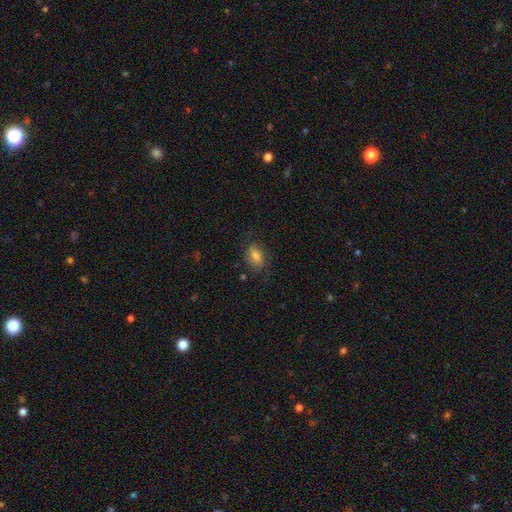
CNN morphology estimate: type=smooth (69%); roundness=in between (79%); merging=none (71%).